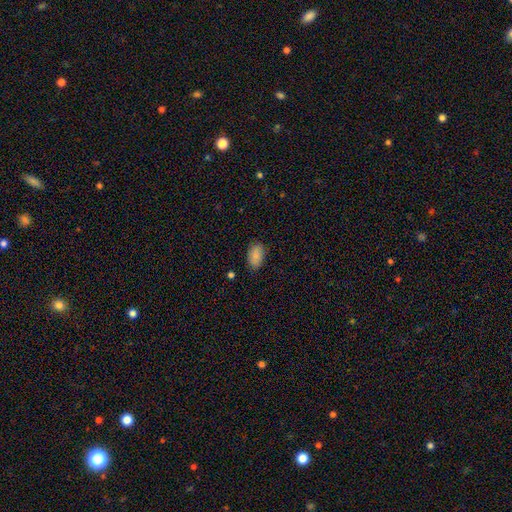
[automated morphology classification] The model was most divided on "merging": none: 84%, minor disturbance: 12%, major disturbance: 3%, merger: 1%. More confident: how rounded — in between (92%); smooth or featured — smooth (87%).